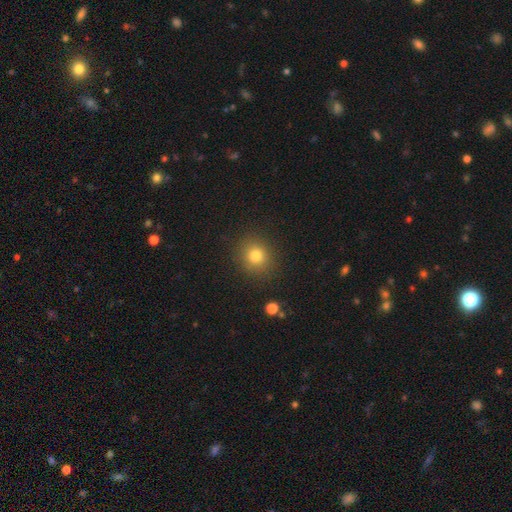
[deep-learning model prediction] A smooth galaxy with no disk features (80%) that is round (83%).

Vote fractions:
- Smooth or featured? smooth: 80% / star or artifact: 13% / featured or disk: 7%
- How rounded? round: 83% / in between: 16% / cigar-shaped: 1%
- Merging? none: 88% / minor disturbance: 8% / major disturbance: 3% / merger: 2%